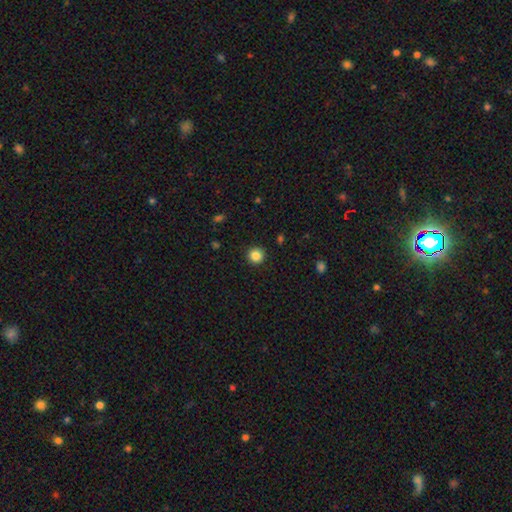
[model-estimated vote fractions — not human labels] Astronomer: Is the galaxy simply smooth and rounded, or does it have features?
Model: smooth — 85%.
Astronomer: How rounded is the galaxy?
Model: round — 94%.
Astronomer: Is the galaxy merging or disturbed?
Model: none — 92%.